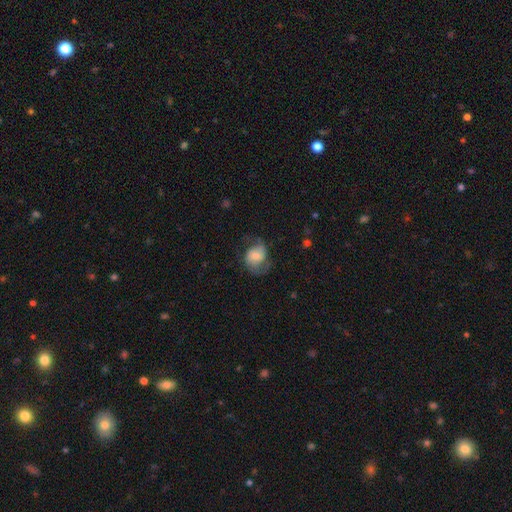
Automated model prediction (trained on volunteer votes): featured or disk 52%, smooth 40%, star or artifact 8%. Down the decision tree: edge-on disk — no (97%); bar — no (50%); spiral arms — yes (83%); bulge size — moderate (39%); merging — none (55%).